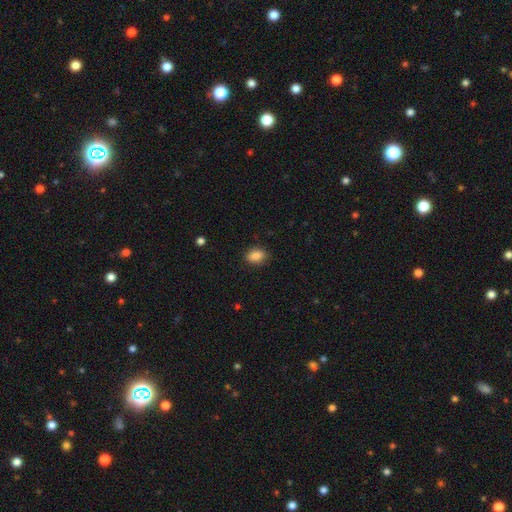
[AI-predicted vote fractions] Smooth or featured? smooth (87%)
How rounded? in between (80%)
Merging? none (85%)